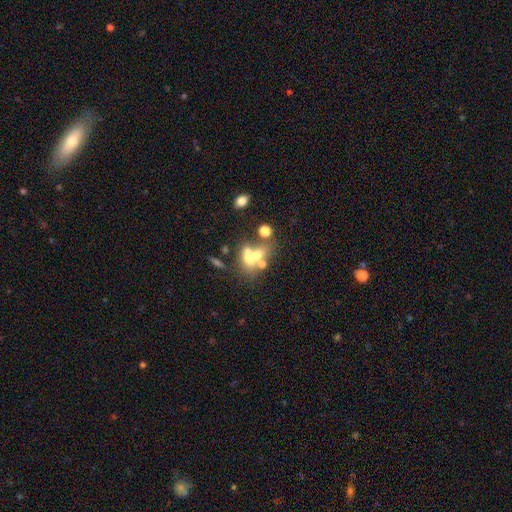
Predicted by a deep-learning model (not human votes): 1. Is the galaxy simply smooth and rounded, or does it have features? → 49% smooth, 35% featured or disk, 16% star or artifact.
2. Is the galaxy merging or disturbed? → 56% merger, 27% none, 9% minor disturbance, 9% major disturbance.